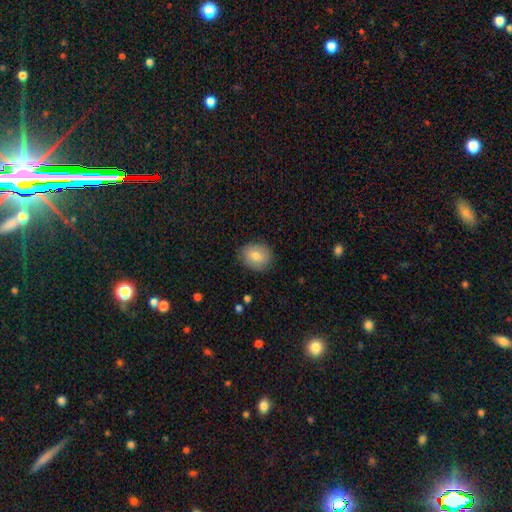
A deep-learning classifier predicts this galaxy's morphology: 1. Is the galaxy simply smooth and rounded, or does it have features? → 79% smooth, 13% featured or disk, 8% star or artifact.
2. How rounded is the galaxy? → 62% round, 37% in between, 1% cigar-shaped.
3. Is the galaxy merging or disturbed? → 85% none, 12% minor disturbance, 3% major disturbance, 1% merger.